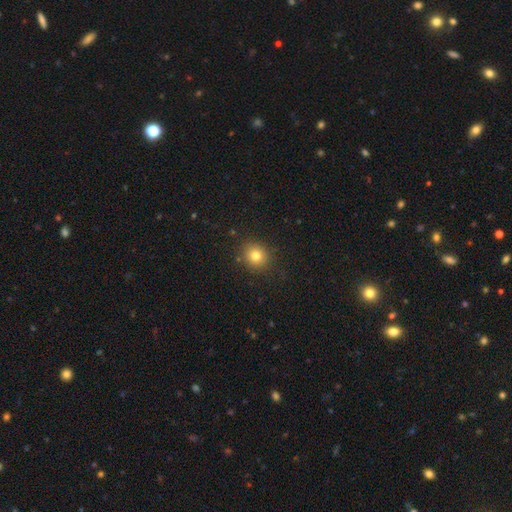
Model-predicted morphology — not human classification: smooth-or-featured: smooth: 80% | star or artifact: 13% | featured or disk: 7%
  how-rounded: round: 83% | in between: 16% | cigar-shaped: 1%
  merging: none: 87% | minor disturbance: 8% | major disturbance: 3% | merger: 2%